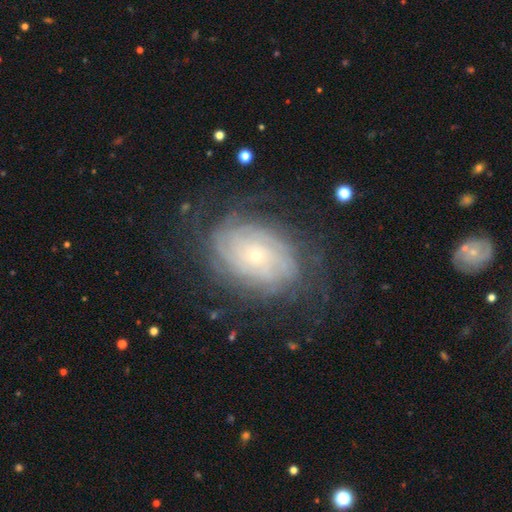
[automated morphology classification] featured or disk 78%, smooth 14%, star or artifact 8%. Down the decision tree: edge-on disk — no (96%); bar — no (83%); spiral arms — yes (91%); spiral arm count — can't tell (50%); spiral winding — tight (77%); bulge size — small (83%); merging — none (71%).